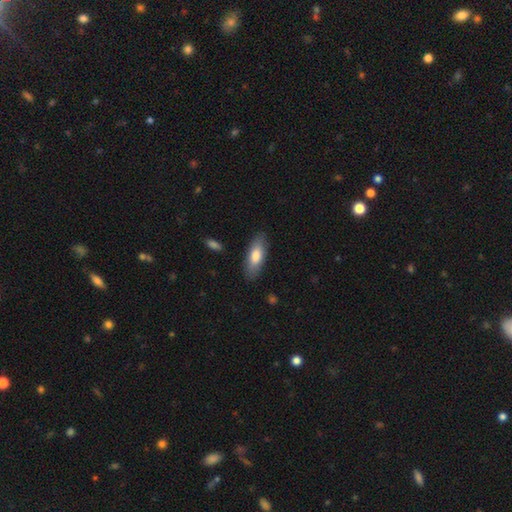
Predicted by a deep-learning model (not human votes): Overall: smooth (77%). How rounded: in between (72%). Merging: none (85%).